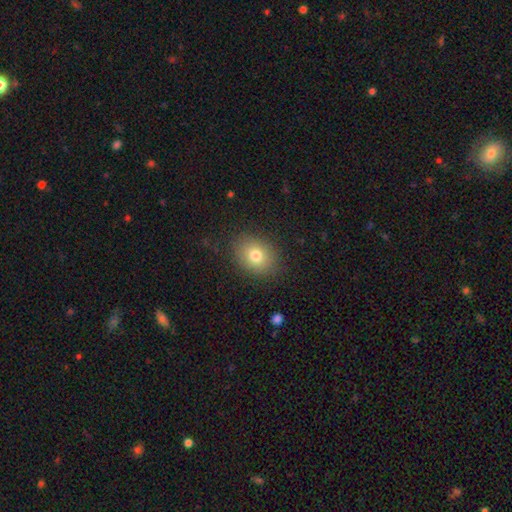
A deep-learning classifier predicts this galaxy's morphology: This is likely a smooth galaxy (77%). How rounded: possibly in between (53%). Merging: clearly none (84%).